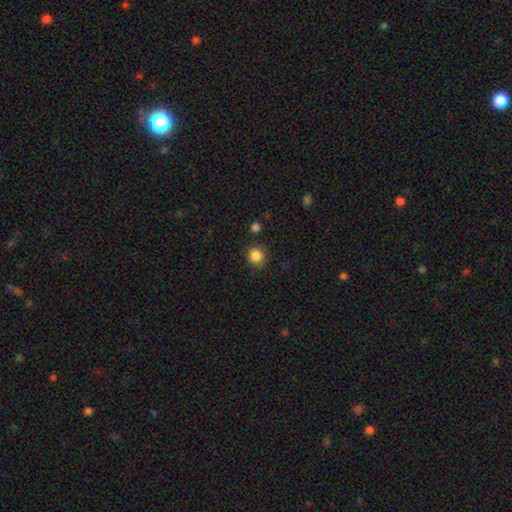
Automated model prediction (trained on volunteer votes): smooth_or_featured: smooth (p=0.86) [alt: star or artifact p=0.11]
how_rounded: round (p=0.92) [alt: in between p=0.07]
merging: none (p=0.87) [alt: minor disturbance p=0.08]